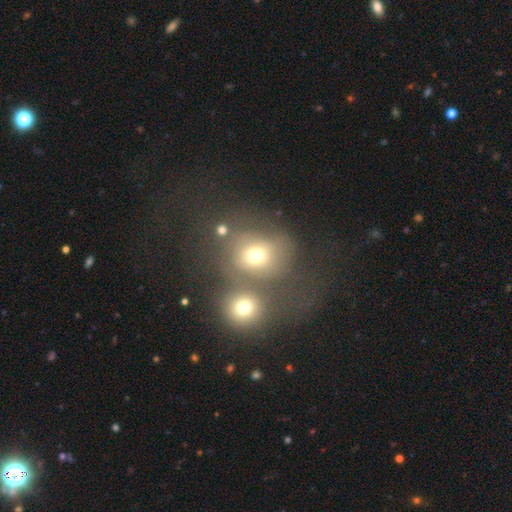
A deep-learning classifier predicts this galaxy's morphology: Smooth or featured? smooth (66%)
How rounded? round (71%)
Merging? merger (47%)